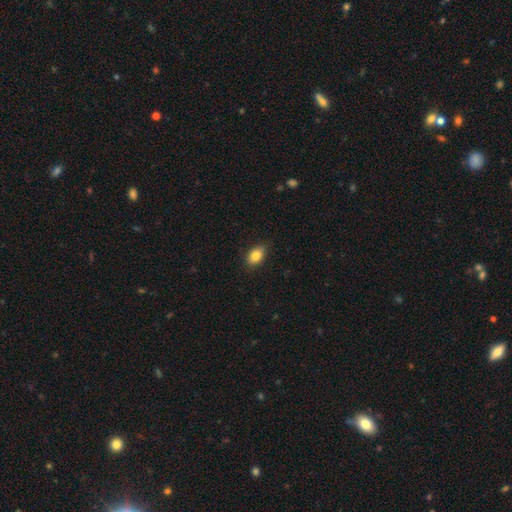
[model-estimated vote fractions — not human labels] Smooth or featured: smooth — 84% (star or artifact — 8%)
How rounded: in between — 85% (round — 14%)
Merging: none — 85% (minor disturbance — 12%)